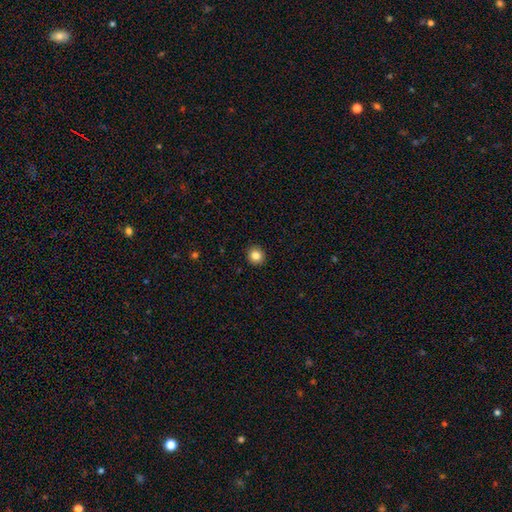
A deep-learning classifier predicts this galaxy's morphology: The model was most divided on "smooth or featured": smooth: 84%, star or artifact: 11%, featured or disk: 6%. More confident: merging — none (93%); how rounded — round (89%).